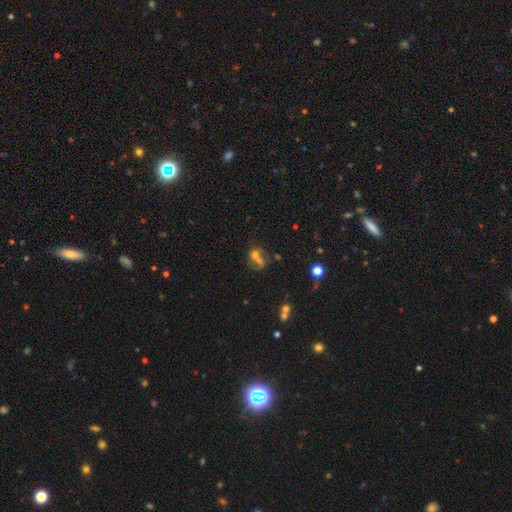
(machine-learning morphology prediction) This appears to be a smooth galaxy with no disk features (44%). Merging: merger (47%).